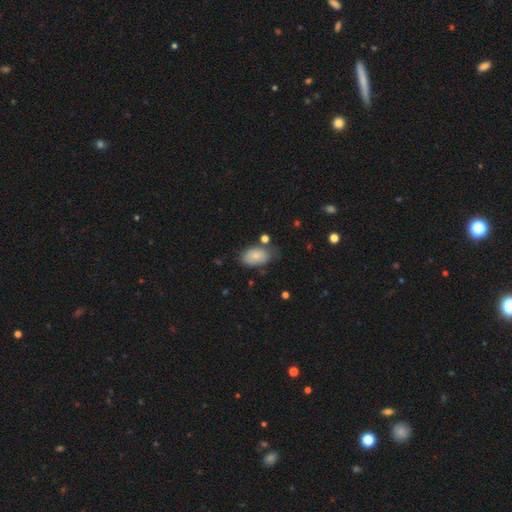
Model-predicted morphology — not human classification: A smooth galaxy with no disk features (78%) that is in between round and cigar-shaped (91%).

Vote fractions:
- Smooth or featured? smooth: 78% / featured or disk: 14% / star or artifact: 8%
- How rounded? in between: 91% / round: 8% / cigar-shaped: 1%
- Merging? none: 61% / minor disturbance: 26% / major disturbance: 7% / merger: 6%